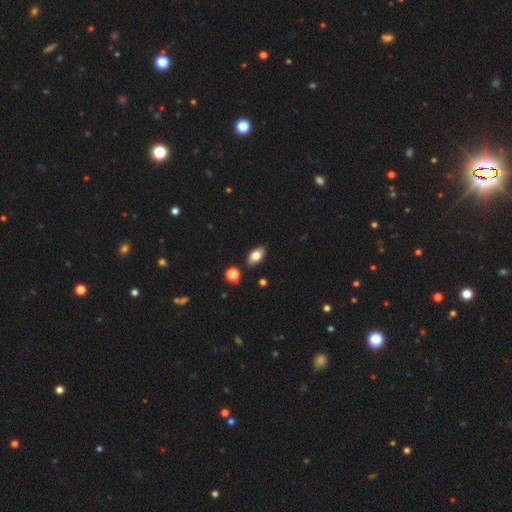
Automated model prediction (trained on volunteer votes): Smooth or featured? smooth (77%)
How rounded? in between (90%)
Merging? none (86%)